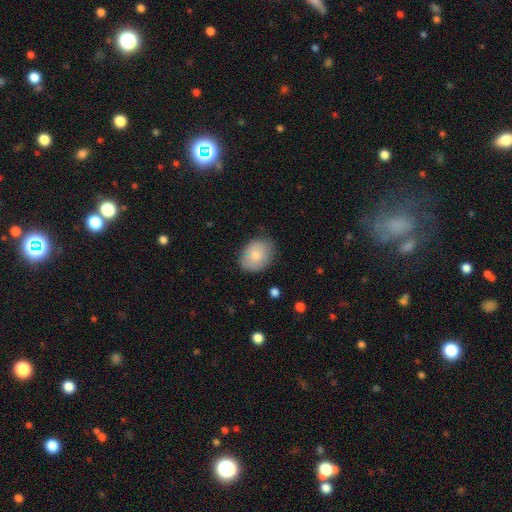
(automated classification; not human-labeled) smooth-or-featured: smooth: 82% | featured or disk: 11% | star or artifact: 6%
  how-rounded: in between: 68% | round: 31% | cigar-shaped: 1%
  merging: none: 78% | minor disturbance: 17% | major disturbance: 4% | merger: 1%